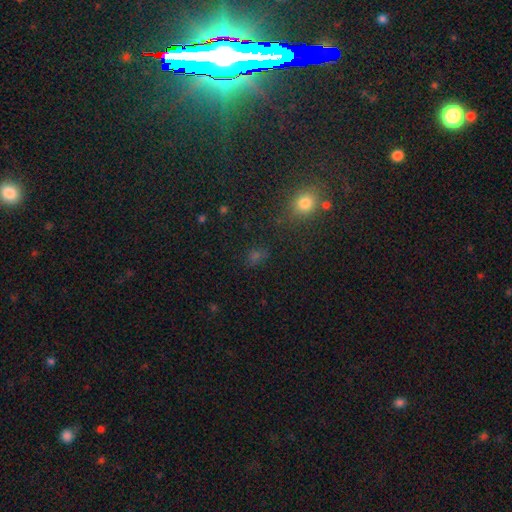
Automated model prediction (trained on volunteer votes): smooth-or-featured: smooth: 54% | star or artifact: 37% | featured or disk: 8%
  how-rounded: round: 54% | in between: 44% | cigar-shaped: 2%
  merging: none: 74% | minor disturbance: 14% | major disturbance: 6% | merger: 6%